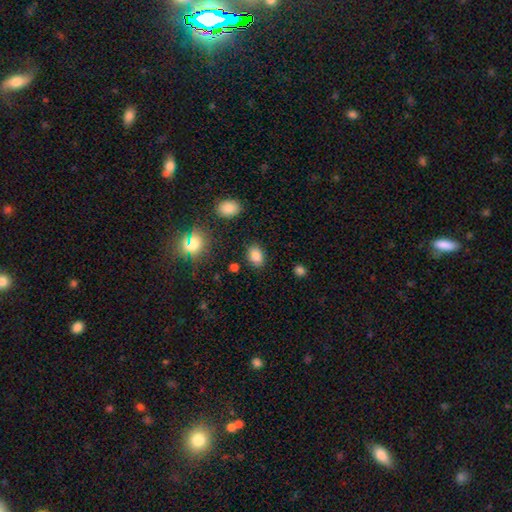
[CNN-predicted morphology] Smooth or featured?
  - smooth: 84% *
  - star or artifact: 11%
  - featured or disk: 5%
How rounded?
  - in between: 82% *
  - round: 17%
  - cigar-shaped: 1%
Merging?
  - none: 84% *
  - minor disturbance: 11%
  - major disturbance: 3%
  - merger: 2%